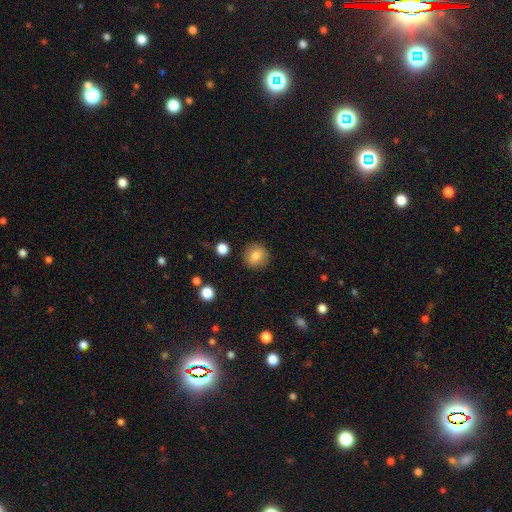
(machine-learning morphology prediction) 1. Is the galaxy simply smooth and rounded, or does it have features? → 80% smooth, 10% featured or disk, 10% star or artifact.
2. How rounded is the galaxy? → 91% round, 8% in between, 1% cigar-shaped.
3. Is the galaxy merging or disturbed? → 89% none, 7% minor disturbance, 2% major disturbance, 2% merger.